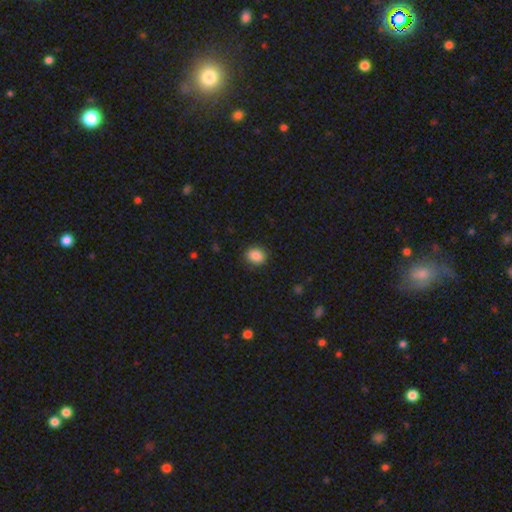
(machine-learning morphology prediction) The model was most divided on "how rounded": round: 62%, in between: 37%, cigar-shaped: 1%. More confident: smooth or featured — smooth (88%); merging — none (87%).